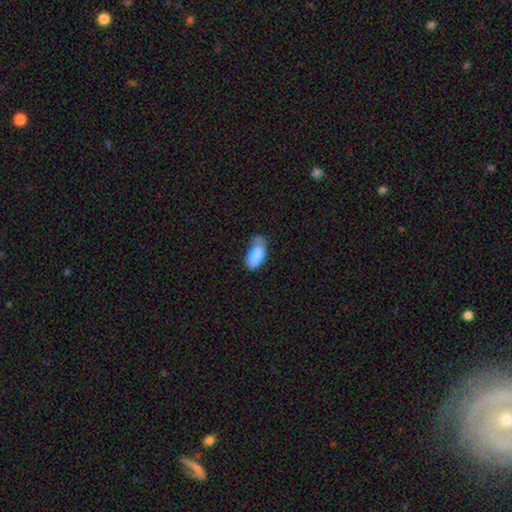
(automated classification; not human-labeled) Morphology: type=smooth (82%); roundness=in between (90%); merging=none (43%).